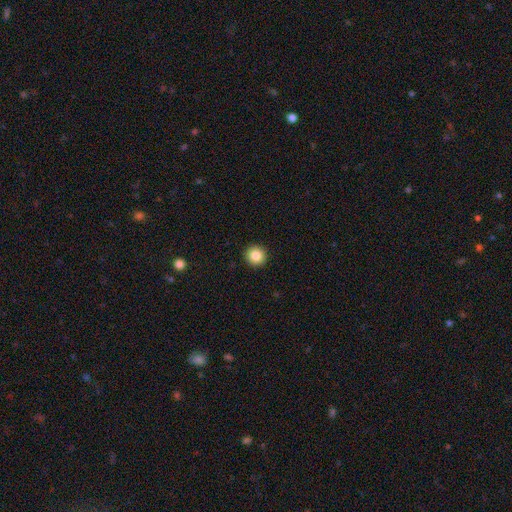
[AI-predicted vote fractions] Smooth or featured?
  - smooth: 85% *
  - star or artifact: 10%
  - featured or disk: 5%
How rounded?
  - round: 95% *
  - in between: 4%
  - cigar-shaped: 1%
Merging?
  - none: 93% *
  - minor disturbance: 4%
  - major disturbance: 1%
  - merger: 1%